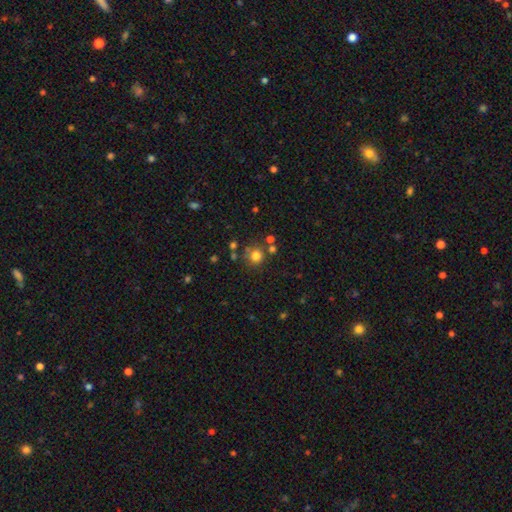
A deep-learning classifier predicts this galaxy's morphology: Smooth or featured? Predicted: smooth (p=0.77). How rounded? Predicted: round (p=0.91). Merging? Predicted: none (p=0.73).